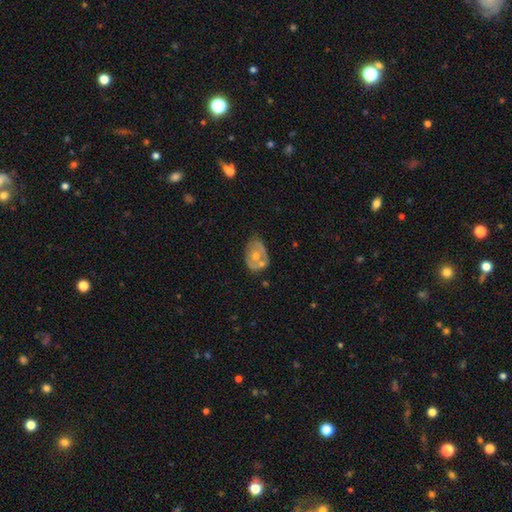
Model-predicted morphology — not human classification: The model was most divided on "smooth or featured": featured or disk: 58%, smooth: 32%, star or artifact: 9%. More confident: edge-on disk — no (95%); bar — no (87%); spiral arms — no (68%); bulge size — moderate (61%); merging — none (54%).